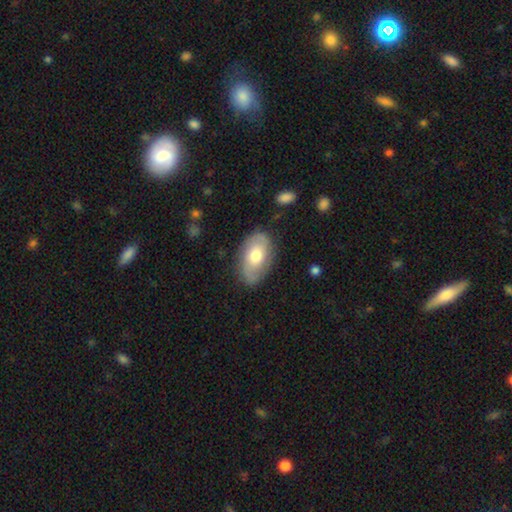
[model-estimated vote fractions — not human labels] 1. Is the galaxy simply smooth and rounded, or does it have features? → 50% smooth, 44% featured or disk, 6% star or artifact.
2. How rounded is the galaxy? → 91% in between, 7% round, 2% cigar-shaped.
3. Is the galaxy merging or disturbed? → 77% none, 17% minor disturbance, 5% major disturbance, 1% merger.